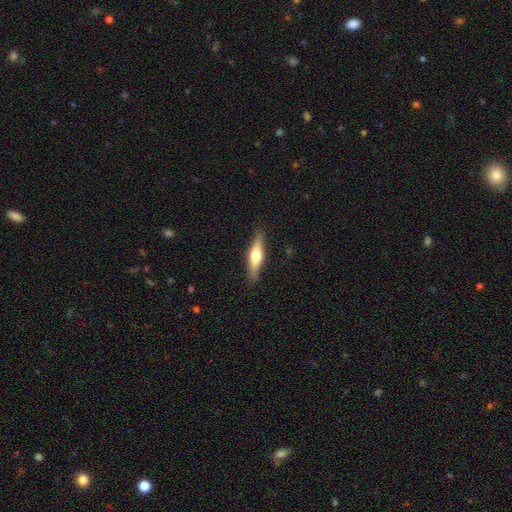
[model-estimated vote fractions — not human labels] smooth-or-featured: featured or disk: 56% | smooth: 39% | star or artifact: 6%
  disk-edge-on: yes: 95% | no: 5%
    edge-on-bulge: rounded: 91% | boxy: 6% | none: 3%
  merging: none: 88% | minor disturbance: 9% | major disturbance: 2% | merger: 1%